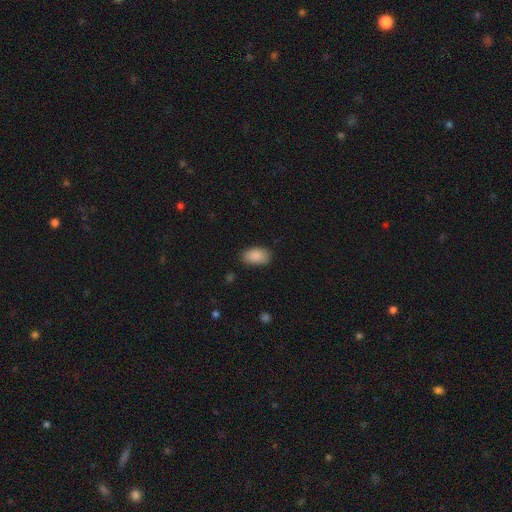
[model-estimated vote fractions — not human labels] Smooth or featured?
  - smooth: 89% *
  - star or artifact: 7%
  - featured or disk: 4%
How rounded?
  - in between: 93% *
  - round: 6%
  - cigar-shaped: 1%
Merging?
  - none: 84% *
  - minor disturbance: 12%
  - major disturbance: 3%
  - merger: 1%